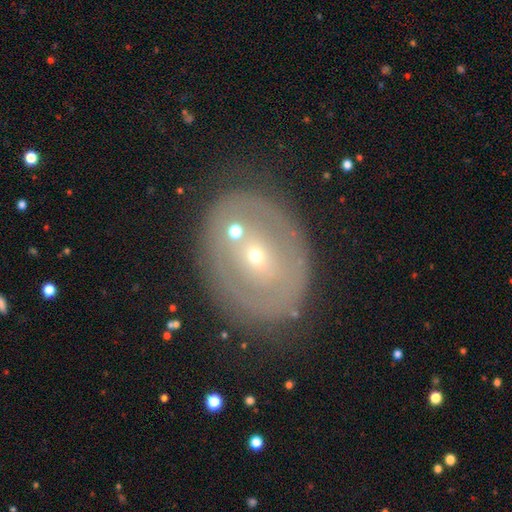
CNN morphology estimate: Smooth or featured? Predicted: featured or disk (p=0.63). Edge-on disk? Predicted: no (p=0.94). Bar? Predicted: no (p=0.71). Spiral arms? Predicted: no (p=0.72). Bulge size? Predicted: small (p=0.74). Merging? Predicted: none (p=0.73).